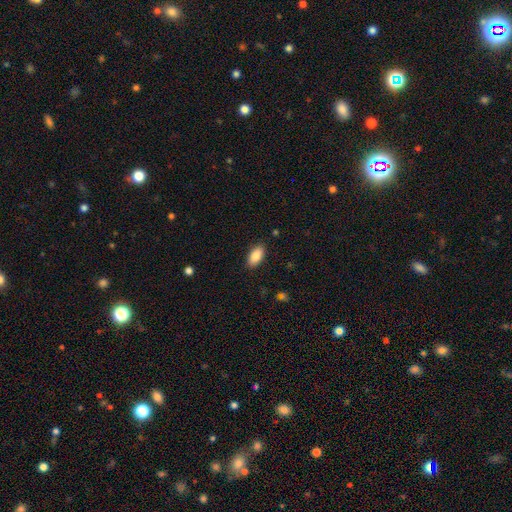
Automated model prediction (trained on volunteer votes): Smooth or featured? Predicted: smooth (p=0.87). How rounded? Predicted: in between (p=0.91). Merging? Predicted: none (p=0.87).